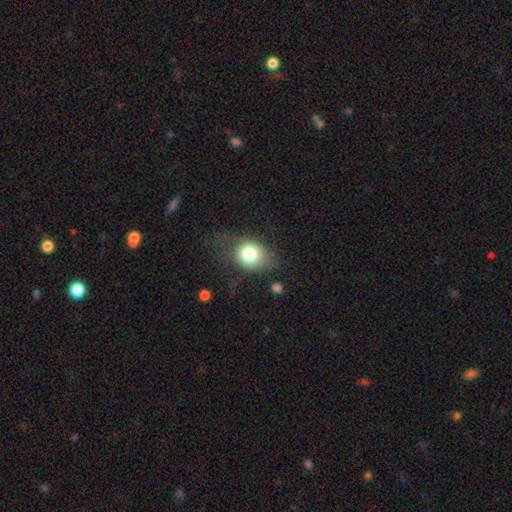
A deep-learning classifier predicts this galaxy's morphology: The model was most divided on "how rounded": in between: 50%, round: 48%, cigar-shaped: 2%. More confident: smooth or featured — smooth (72%); merging — none (64%).